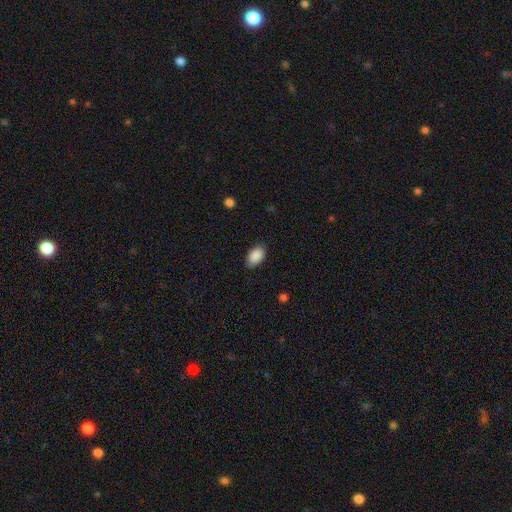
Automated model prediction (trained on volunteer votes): Overall: smooth (89%). How rounded: in between (93%). Merging: none (81%).